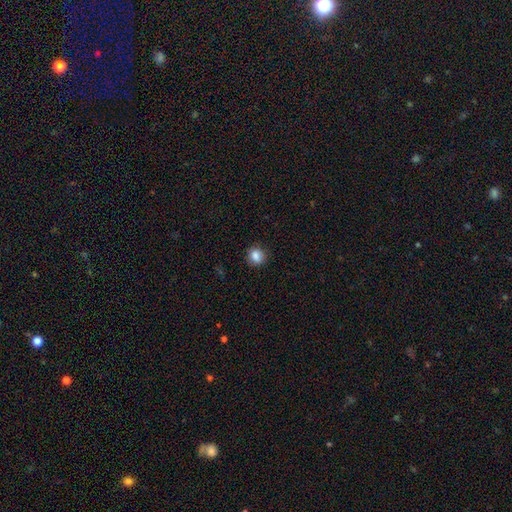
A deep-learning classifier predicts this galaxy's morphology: This is clearly a smooth galaxy (85%). How rounded: likely round (78%). Merging: clearly none (86%).